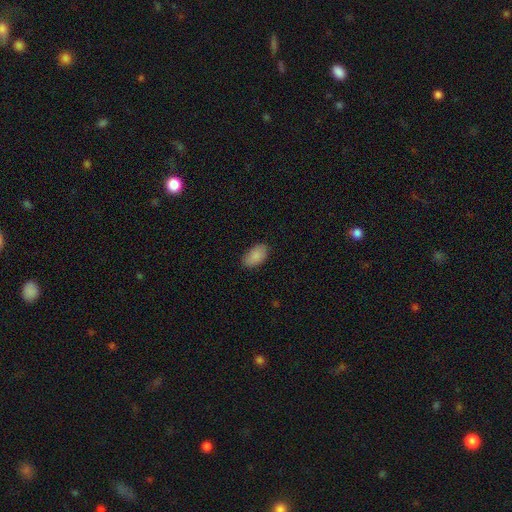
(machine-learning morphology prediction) A smooth galaxy with no disk features (89%) that is in between round and cigar-shaped (94%).

Vote fractions:
- Smooth or featured? smooth: 89% / star or artifact: 7% / featured or disk: 4%
- How rounded? in between: 94% / round: 5% / cigar-shaped: 2%
- Merging? none: 84% / minor disturbance: 12% / major disturbance: 3% / merger: 1%